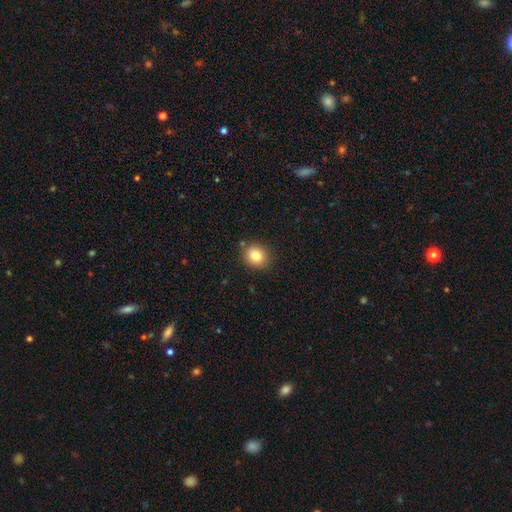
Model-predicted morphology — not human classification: Overall: smooth (84%). How rounded: round (74%). Merging: none (85%).